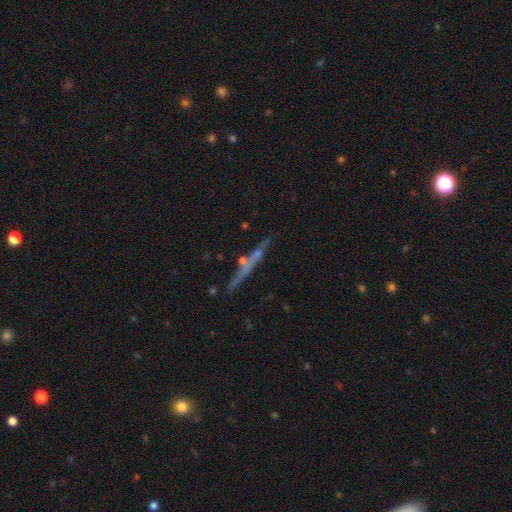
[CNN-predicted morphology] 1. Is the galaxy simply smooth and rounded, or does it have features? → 55% featured or disk, 31% smooth, 14% star or artifact.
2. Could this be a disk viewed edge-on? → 89% yes, 11% no.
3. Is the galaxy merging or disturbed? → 76% none, 12% minor disturbance, 7% merger, 4% major disturbance.